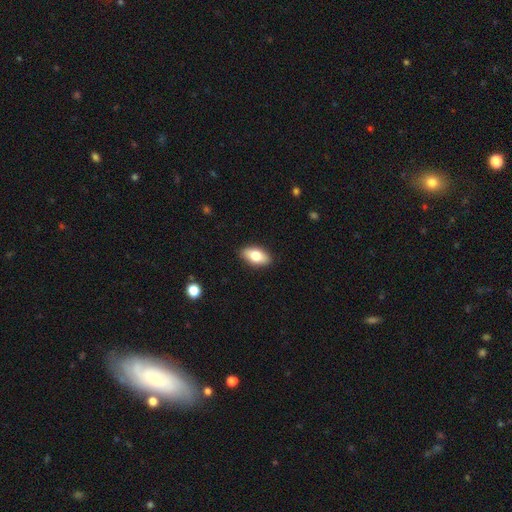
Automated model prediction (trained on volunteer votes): A smooth galaxy with no disk features (76%) that is in between round and cigar-shaped (90%). Merging: none (89%).